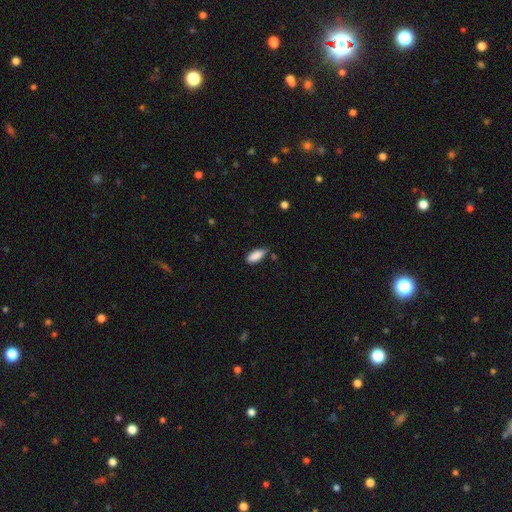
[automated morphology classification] A smooth galaxy with no disk features (88%) that is in between round and cigar-shaped (75%). Merging: none (71%).